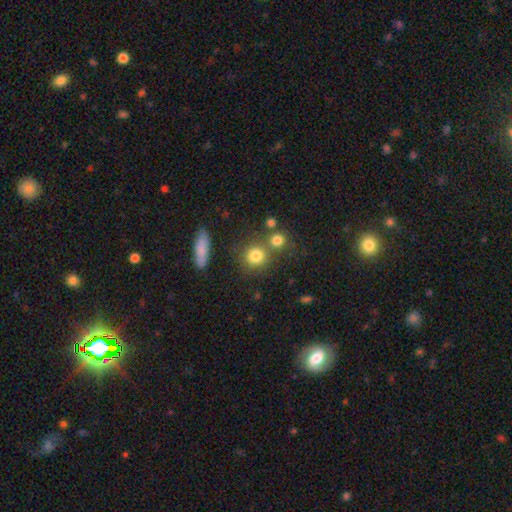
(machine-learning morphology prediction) smooth_or_featured: smooth (p=0.80) [alt: star or artifact p=0.12]
how_rounded: round (p=0.84) [alt: in between p=0.14]
merging: none (p=0.66) [alt: merger p=0.20]